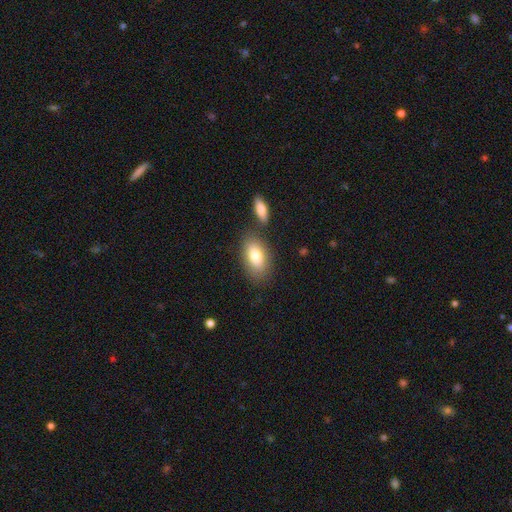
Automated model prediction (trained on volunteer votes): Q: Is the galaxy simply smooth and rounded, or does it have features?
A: smooth — 80%.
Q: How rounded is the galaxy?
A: in between — 91%.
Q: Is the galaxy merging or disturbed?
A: none — 74%.